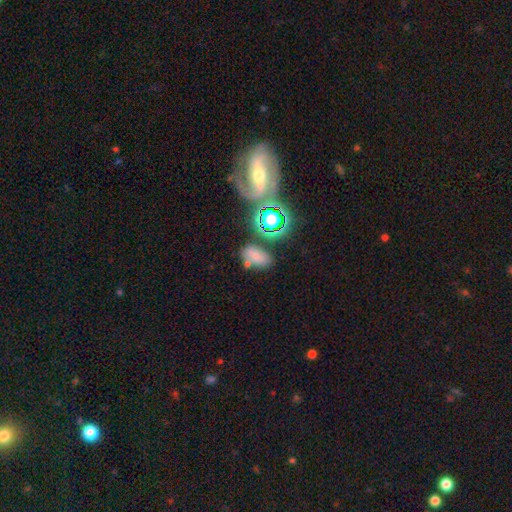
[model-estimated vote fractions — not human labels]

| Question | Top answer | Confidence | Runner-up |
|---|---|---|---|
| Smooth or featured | smooth | 61% | star or artifact (21%) |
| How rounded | in between | 86% | round (12%) |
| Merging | none | 58% | minor disturbance (18%) |